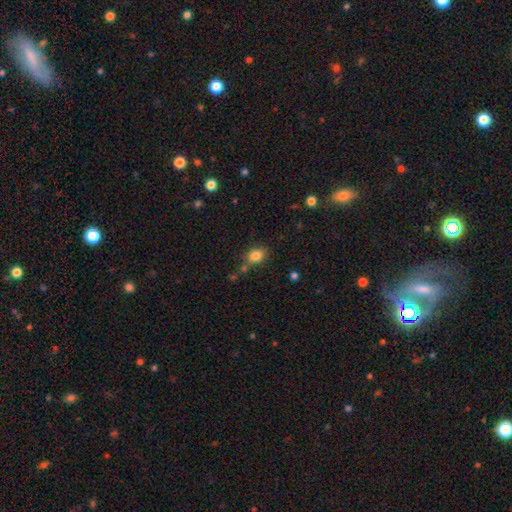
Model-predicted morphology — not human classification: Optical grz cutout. It shows a smooth galaxy with no disk features (83%) that is in between round and cigar-shaped (57%). Merging: none (70%).